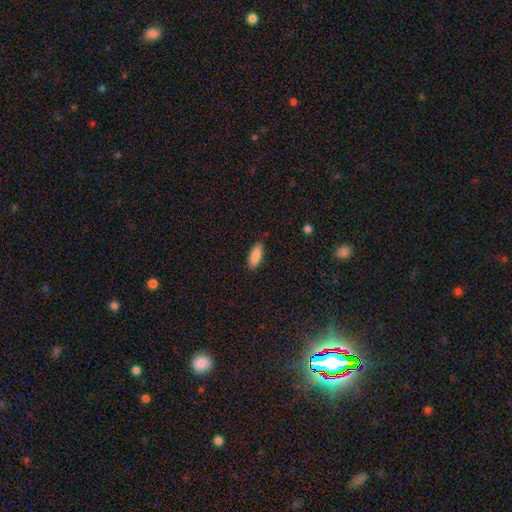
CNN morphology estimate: Smooth or featured?
  - smooth: 87% *
  - star or artifact: 6%
  - featured or disk: 6%
How rounded?
  - in between: 74% *
  - cigar-shaped: 24%
  - round: 2%
Merging?
  - none: 86% *
  - minor disturbance: 10%
  - major disturbance: 2%
  - merger: 1%